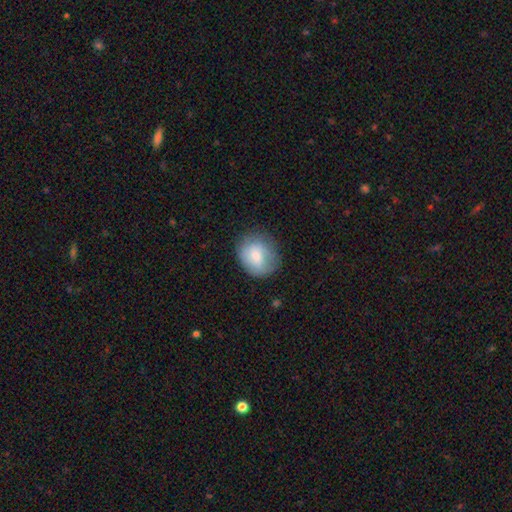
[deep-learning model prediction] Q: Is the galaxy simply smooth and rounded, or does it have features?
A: smooth — 77%.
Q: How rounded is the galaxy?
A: round — 68%.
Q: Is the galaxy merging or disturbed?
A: none — 71%.